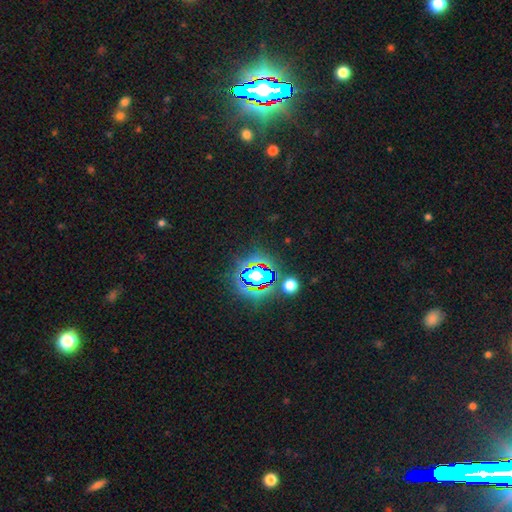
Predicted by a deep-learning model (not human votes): Smooth or featured?
  - star or artifact: 81% *
  - smooth: 11%
  - featured or disk: 8%